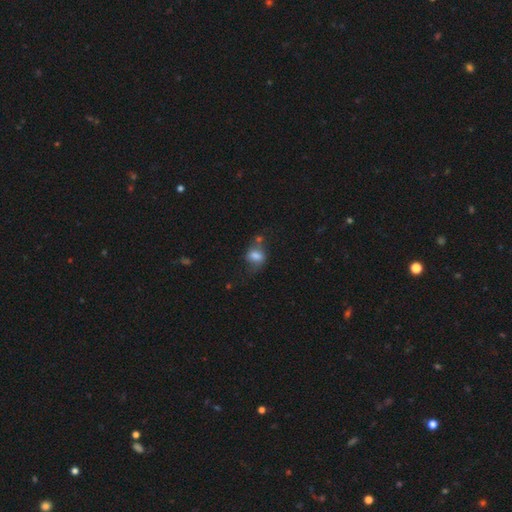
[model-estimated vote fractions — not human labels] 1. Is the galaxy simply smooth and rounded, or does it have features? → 71% smooth, 19% featured or disk, 11% star or artifact.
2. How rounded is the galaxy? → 68% in between, 30% round, 2% cigar-shaped.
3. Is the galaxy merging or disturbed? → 40% none, 27% minor disturbance, 18% major disturbance, 14% merger.